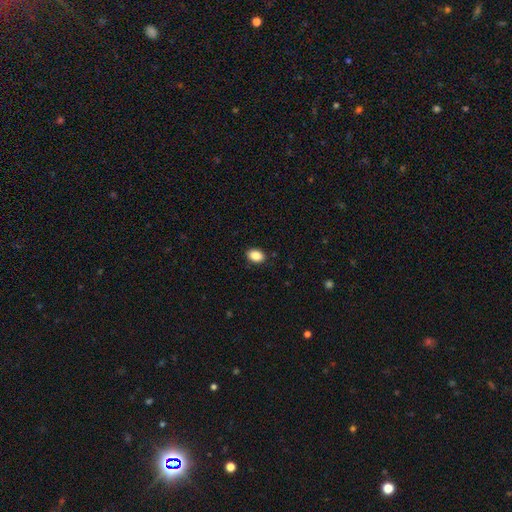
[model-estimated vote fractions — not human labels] Smooth or featured?
  - smooth: 88% *
  - star or artifact: 8%
  - featured or disk: 4%
How rounded?
  - in between: 82% *
  - round: 16%
  - cigar-shaped: 1%
Merging?
  - none: 89% *
  - minor disturbance: 8%
  - major disturbance: 2%
  - merger: 1%